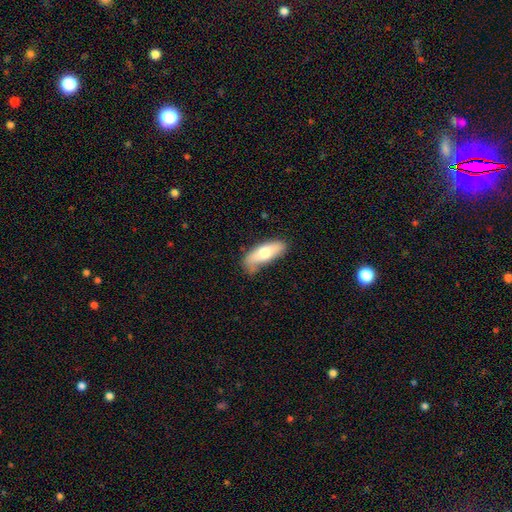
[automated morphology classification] A smooth galaxy with no disk features (66%) that is in between round and cigar-shaped (64%).

Vote fractions:
- Smooth or featured? smooth: 66% / featured or disk: 27% / star or artifact: 7%
- How rounded? in between: 64% / cigar-shaped: 34% / round: 2%
- Merging? none: 65% / minor disturbance: 26% / major disturbance: 6% / merger: 3%